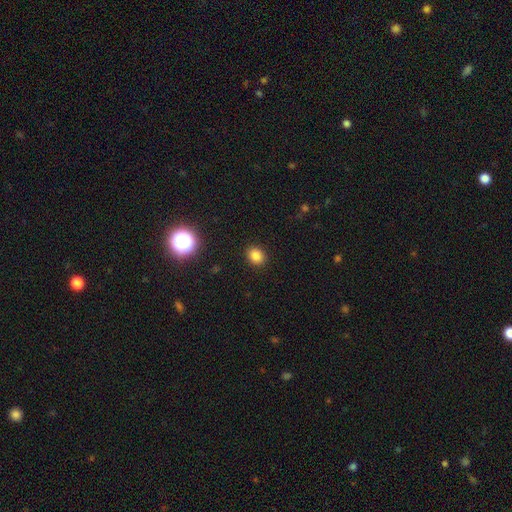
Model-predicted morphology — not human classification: The model was most divided on "how rounded": round: 59%, in between: 40%, cigar-shaped: 1%. More confident: merging — none (90%); smooth or featured — smooth (82%).